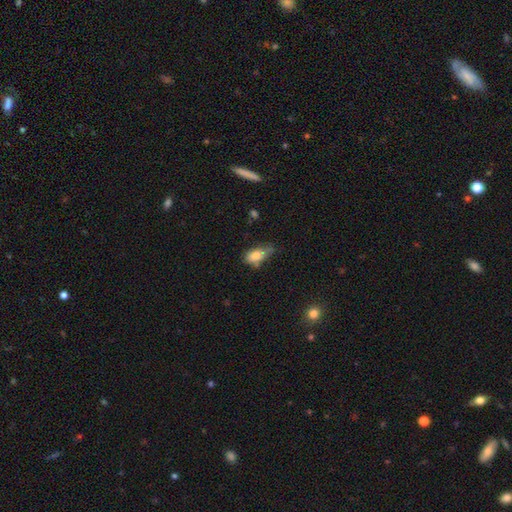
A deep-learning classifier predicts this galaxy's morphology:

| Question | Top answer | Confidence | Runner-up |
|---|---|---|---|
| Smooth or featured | smooth | 74% | featured or disk (16%) |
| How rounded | in between | 87% | round (7%) |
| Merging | minor disturbance | 38% | none (36%) |